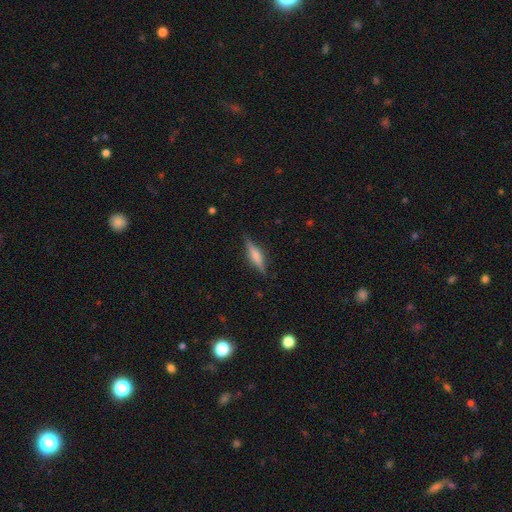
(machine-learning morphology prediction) smooth-or-featured: featured or disk: 52% | smooth: 41% | star or artifact: 7%
  disk-edge-on: yes: 95% | no: 5%
  merging: none: 84% | minor disturbance: 12% | major disturbance: 3% | merger: 1%